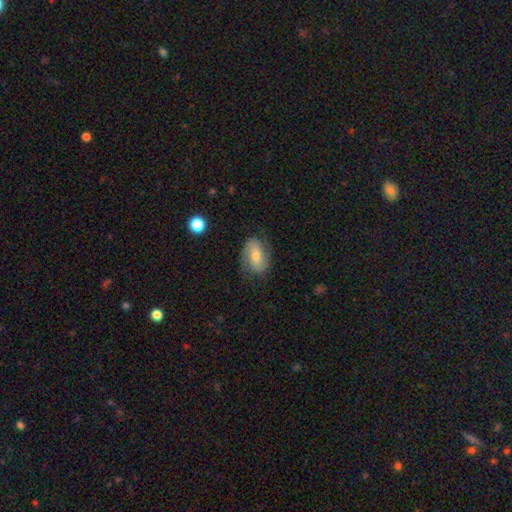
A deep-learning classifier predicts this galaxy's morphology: smooth 48%, featured or disk 44%, star or artifact 8%. Down the decision tree: merging — none (72%).